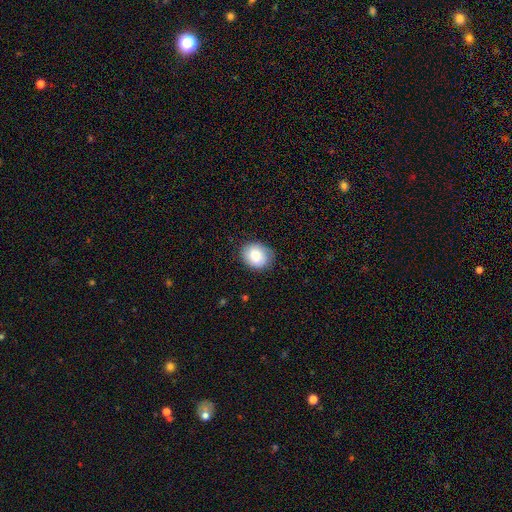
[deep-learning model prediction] Morphology: type=smooth (81%); roundness=round (55%); merging=none (78%).